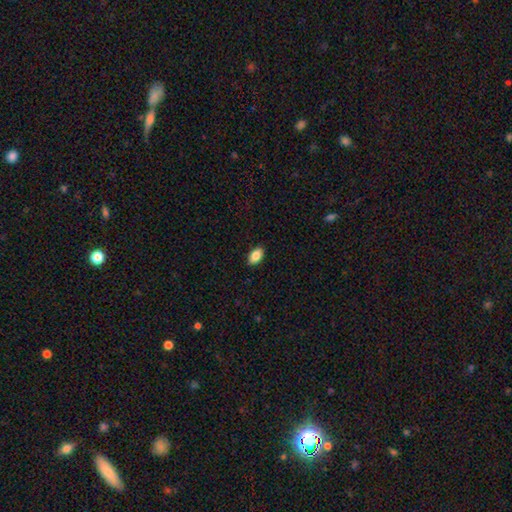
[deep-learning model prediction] smooth 86%, star or artifact 7%, featured or disk 7%. Down the decision tree: how rounded — in between (92%); merging — none (89%).